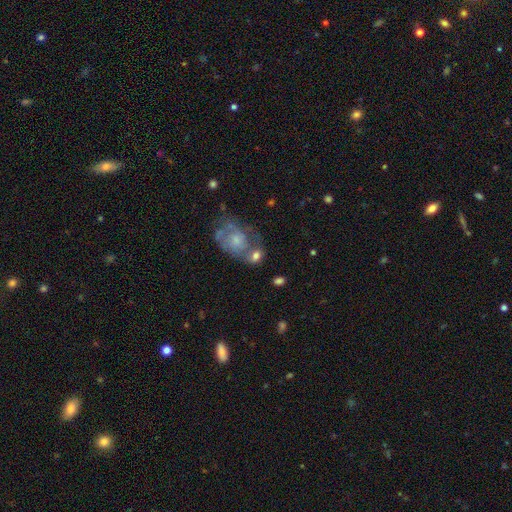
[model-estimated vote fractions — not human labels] smooth_or_featured: smooth (p=0.60) [alt: featured or disk p=0.31]
how_rounded: in between (p=0.63) [alt: round p=0.35]
merging: merger (p=0.39) [alt: none p=0.34]